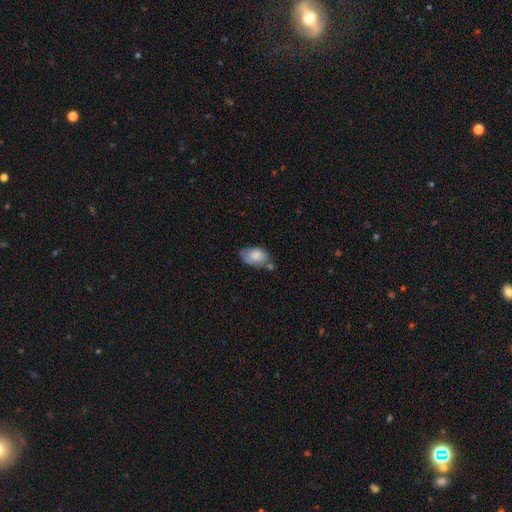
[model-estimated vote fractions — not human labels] Overall: smooth (73%). How rounded: in between (89%). Merging: none (42%; minor disturbance 32%).